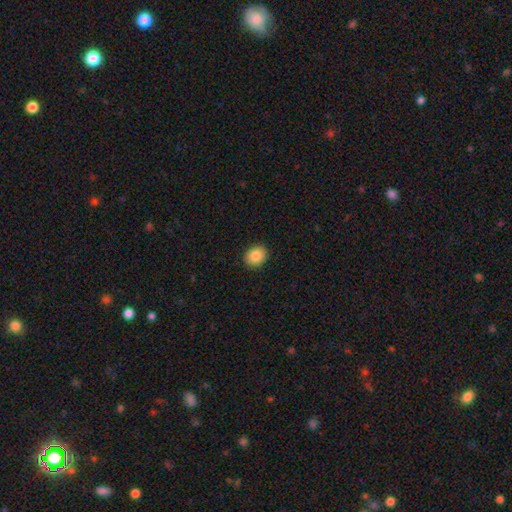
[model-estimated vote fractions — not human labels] A smooth galaxy with no disk features (86%) that is round (53%). Merging: none (90%).